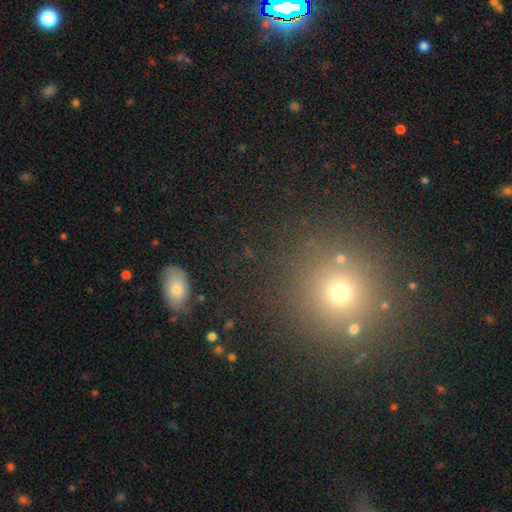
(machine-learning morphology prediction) Smooth or featured? Predicted: smooth (p=0.51). How rounded? Predicted: round (p=0.88). Merging? Predicted: none (p=0.85).